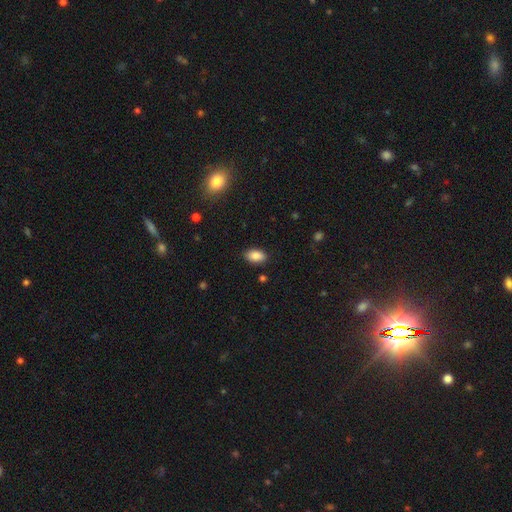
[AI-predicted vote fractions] Smooth or featured?
  - smooth: 88% *
  - star or artifact: 8%
  - featured or disk: 4%
How rounded?
  - in between: 92% *
  - round: 7%
  - cigar-shaped: 2%
Merging?
  - none: 87% *
  - minor disturbance: 9%
  - major disturbance: 2%
  - merger: 1%